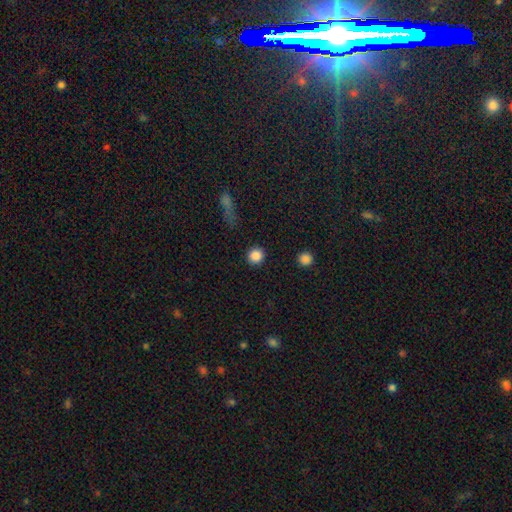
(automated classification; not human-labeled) smooth 87%, star or artifact 10%, featured or disk 3%. Down the decision tree: how rounded — round (93%); merging — none (90%).